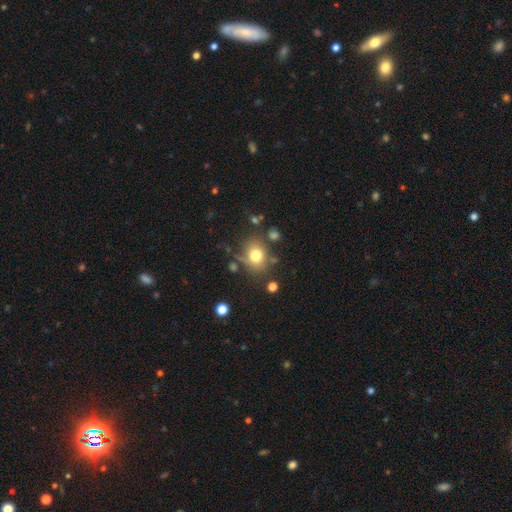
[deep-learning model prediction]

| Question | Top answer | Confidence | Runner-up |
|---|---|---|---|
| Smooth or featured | smooth | 76% | star or artifact (13%) |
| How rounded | round | 64% | in between (35%) |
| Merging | none | 68% | minor disturbance (17%) |